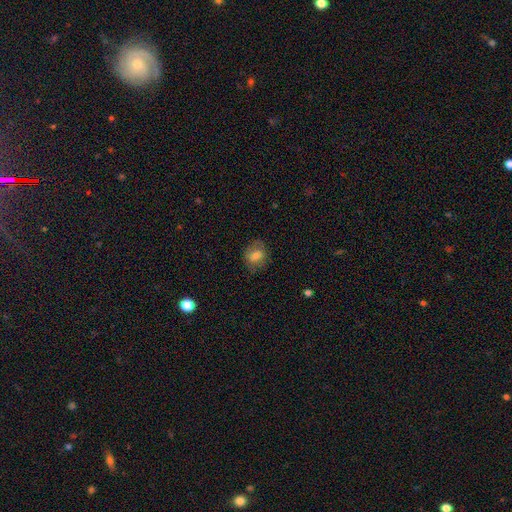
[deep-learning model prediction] Smooth or featured?
  - smooth: 68% *
  - featured or disk: 23%
  - star or artifact: 9%
How rounded?
  - round: 54% *
  - in between: 44%
  - cigar-shaped: 1%
Merging?
  - none: 73% *
  - minor disturbance: 18%
  - major disturbance: 7%
  - merger: 1%